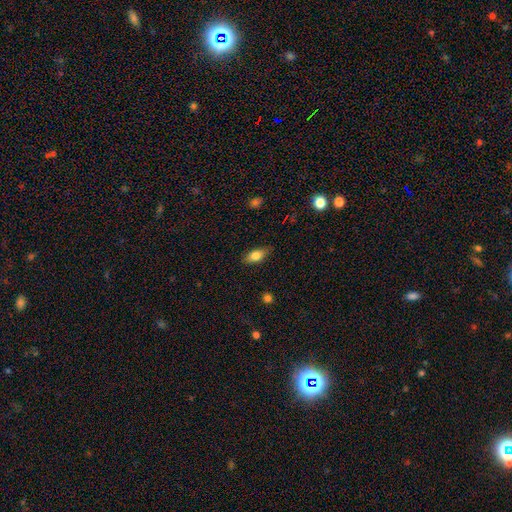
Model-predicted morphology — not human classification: type=smooth (79%); roundness=in between (85%); merging=none (83%).